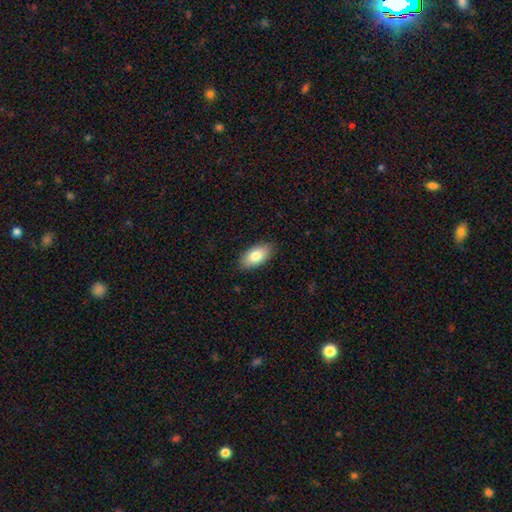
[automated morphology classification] smooth-or-featured: smooth: 81% | featured or disk: 13% | star or artifact: 7%
  how-rounded: in between: 94% | cigar-shaped: 3% | round: 3%
  merging: none: 87% | minor disturbance: 10% | major disturbance: 2% | merger: 1%